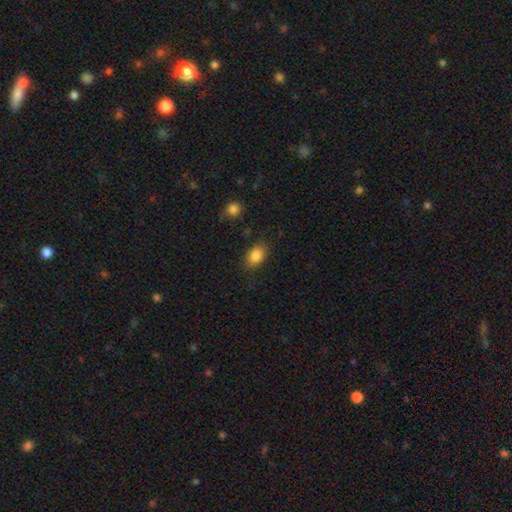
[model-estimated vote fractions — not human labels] smooth 85%, star or artifact 8%, featured or disk 7%. Down the decision tree: how rounded — in between (87%); merging — none (82%).